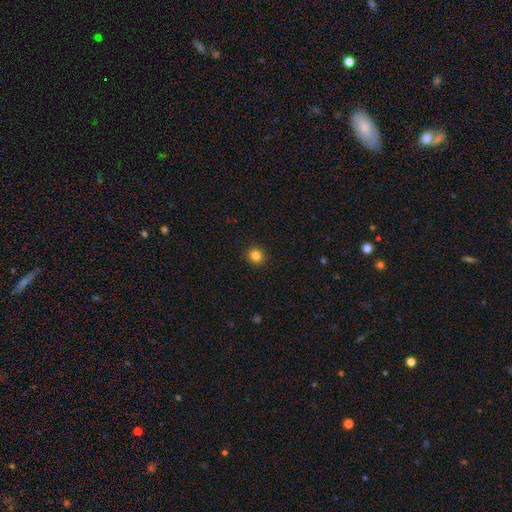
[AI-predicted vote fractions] smooth_or_featured: smooth (p=0.83) [alt: star or artifact p=0.12]
how_rounded: round (p=0.83) [alt: in between p=0.16]
merging: none (p=0.92) [alt: minor disturbance p=0.06]